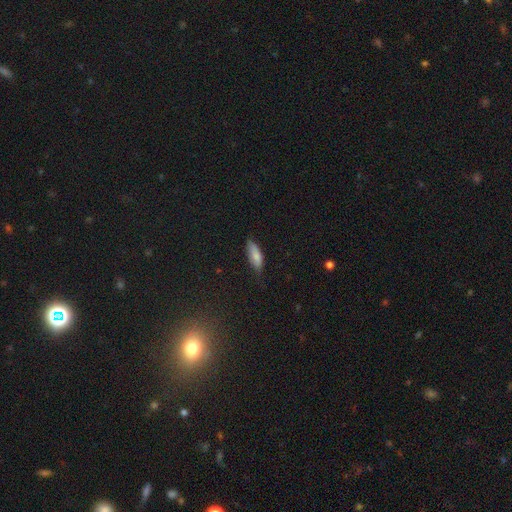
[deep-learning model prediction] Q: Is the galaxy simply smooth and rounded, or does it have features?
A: smooth — 79%.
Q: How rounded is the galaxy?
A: in between — 66%.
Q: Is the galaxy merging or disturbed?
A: none — 66%.